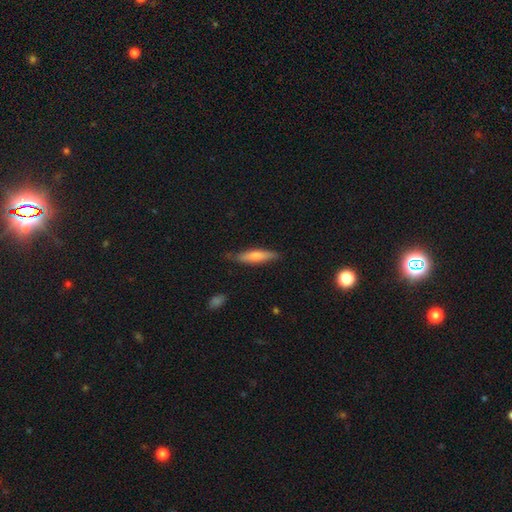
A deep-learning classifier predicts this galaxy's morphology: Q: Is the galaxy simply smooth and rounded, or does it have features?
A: smooth — 61%.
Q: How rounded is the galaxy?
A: cigar-shaped — 83%.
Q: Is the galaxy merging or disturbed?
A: none — 80%.